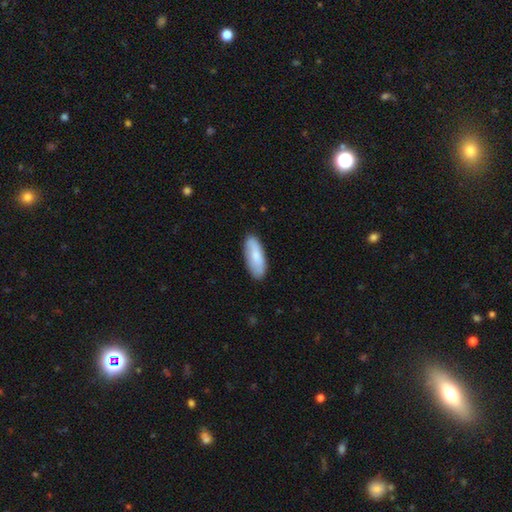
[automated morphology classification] smooth_or_featured: smooth (p=0.78) [alt: featured or disk p=0.17]
how_rounded: in between (p=0.74) [alt: cigar-shaped p=0.25]
merging: none (p=0.86) [alt: minor disturbance p=0.11]